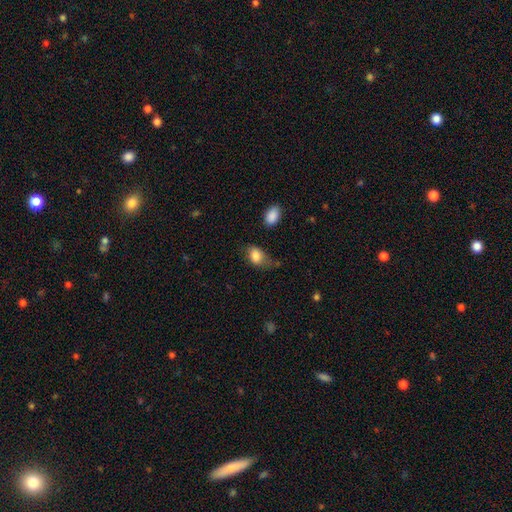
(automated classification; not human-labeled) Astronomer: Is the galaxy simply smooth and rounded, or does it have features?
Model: smooth — 83%.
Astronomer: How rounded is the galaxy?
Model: in between — 83%.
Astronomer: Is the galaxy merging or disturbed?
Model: none — 46% (runner-up: minor disturbance, 34%).